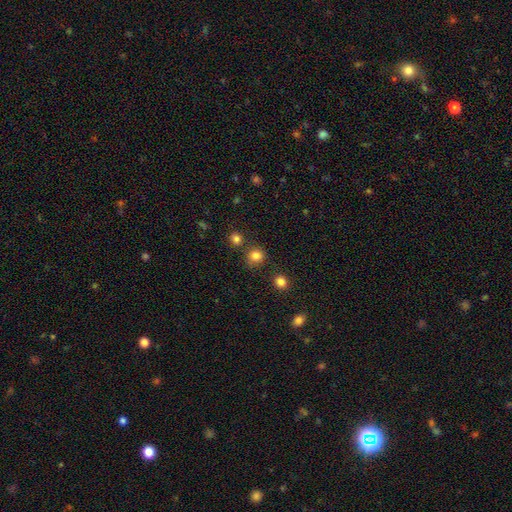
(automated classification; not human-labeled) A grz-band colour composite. It shows a smooth galaxy with no disk features (81%) that is round (87%). Merging: none (78%).